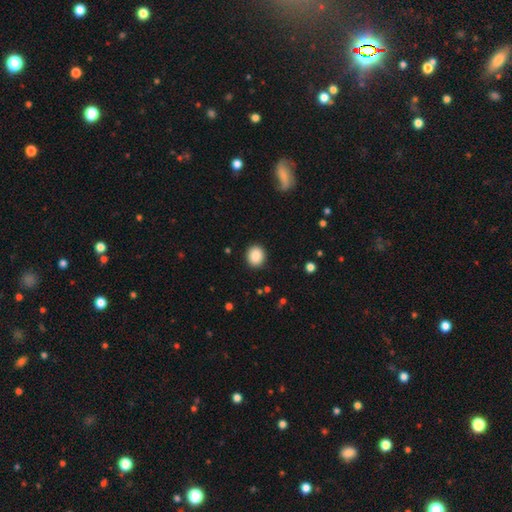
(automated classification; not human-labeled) Smooth or featured?
  - smooth: 87% *
  - star or artifact: 9%
  - featured or disk: 4%
How rounded?
  - round: 77% *
  - in between: 23%
  - cigar-shaped: 1%
Merging?
  - none: 90% *
  - minor disturbance: 6%
  - major disturbance: 2%
  - merger: 1%